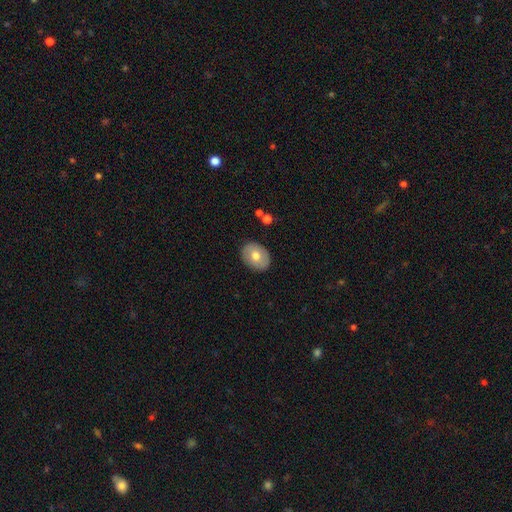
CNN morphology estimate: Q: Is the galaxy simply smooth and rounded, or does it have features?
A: smooth — 66%.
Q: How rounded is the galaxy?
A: in between — 63%.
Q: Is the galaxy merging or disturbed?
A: none — 88%.